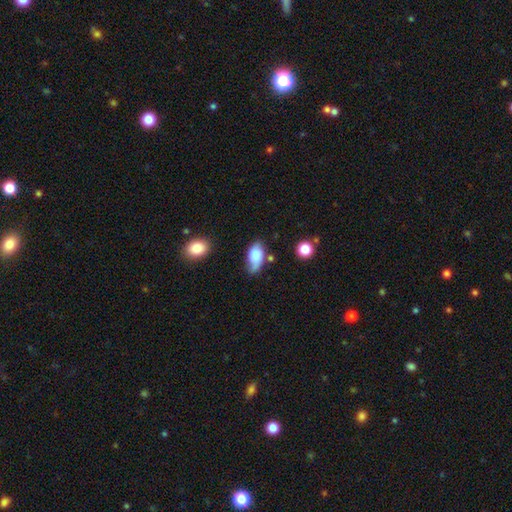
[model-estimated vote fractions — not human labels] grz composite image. It shows a smooth galaxy with no disk features (73%) that is in between round and cigar-shaped (92%). Merging: none (51%).